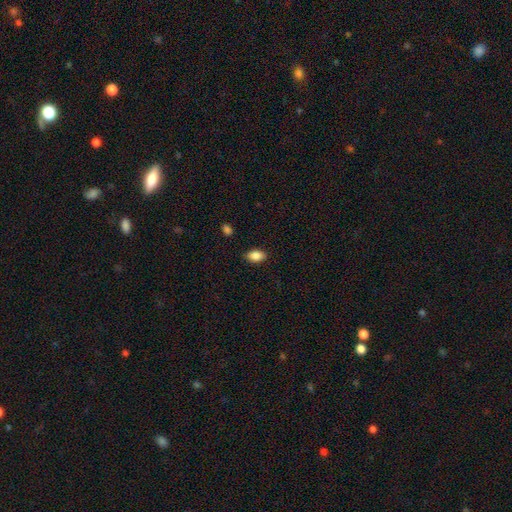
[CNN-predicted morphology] A smooth galaxy with no disk features (86%) that is in between round and cigar-shaped (87%). Merging: none (87%).